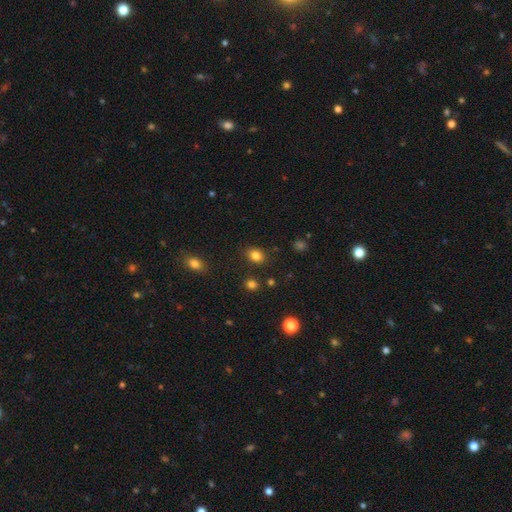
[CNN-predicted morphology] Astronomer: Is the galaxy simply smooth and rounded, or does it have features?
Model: smooth — 83%.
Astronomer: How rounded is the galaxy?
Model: in between — 54% (runner-up: round, 45%).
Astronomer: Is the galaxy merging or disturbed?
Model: none — 85%.